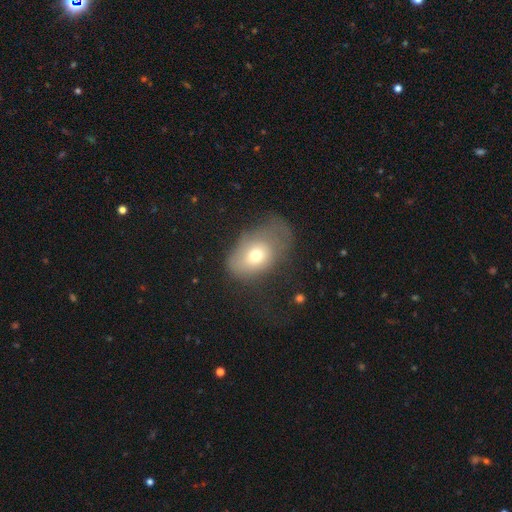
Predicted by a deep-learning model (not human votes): Smooth or featured: smooth — 65% (featured or disk — 25%)
How rounded: in between — 76% (round — 23%)
Merging: major disturbance — 39% (minor disturbance — 30%)